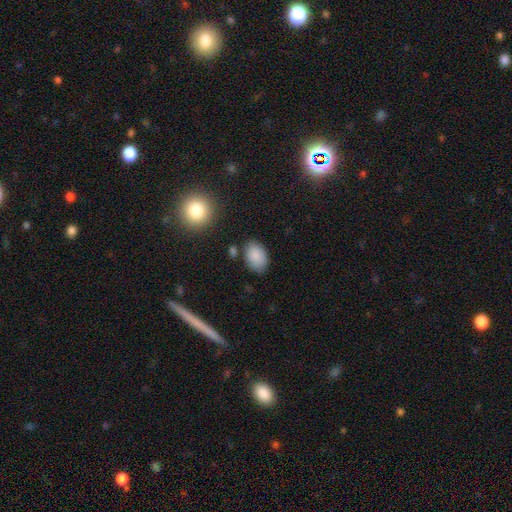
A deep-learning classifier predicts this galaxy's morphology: Smooth or featured? smooth (87%)
How rounded? in between (88%)
Merging? none (79%)